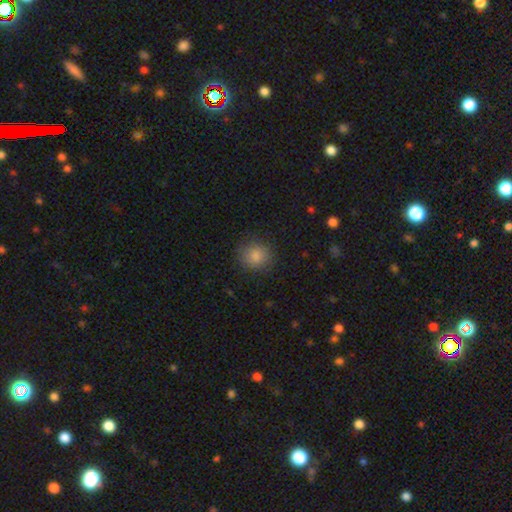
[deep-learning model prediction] smooth-or-featured: smooth: 84% | star or artifact: 11% | featured or disk: 6%
  how-rounded: round: 86% | in between: 13% | cigar-shaped: 1%
  merging: none: 87% | minor disturbance: 9% | major disturbance: 3% | merger: 1%